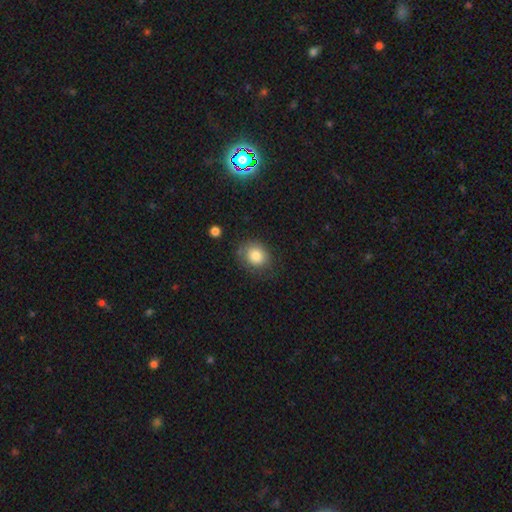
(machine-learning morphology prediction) A smooth galaxy with no disk features (80%) that is round (68%).

Vote fractions:
- Smooth or featured? smooth: 80% / featured or disk: 10% / star or artifact: 9%
- How rounded? round: 68% / in between: 31% / cigar-shaped: 1%
- Merging? none: 72% / minor disturbance: 19% / major disturbance: 7% / merger: 3%